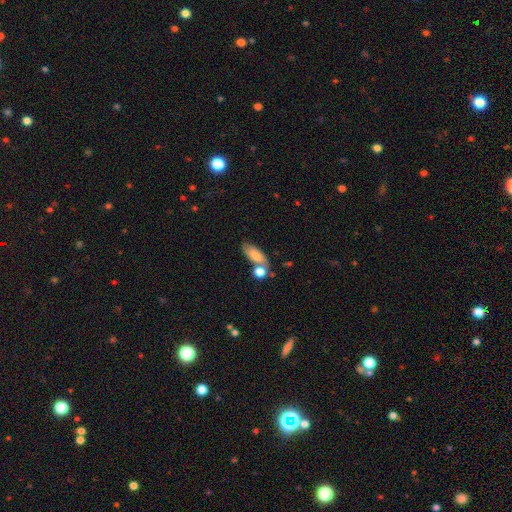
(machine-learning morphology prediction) Smooth or featured? smooth (80%)
How rounded? in between (81%)
Merging? none (46%)